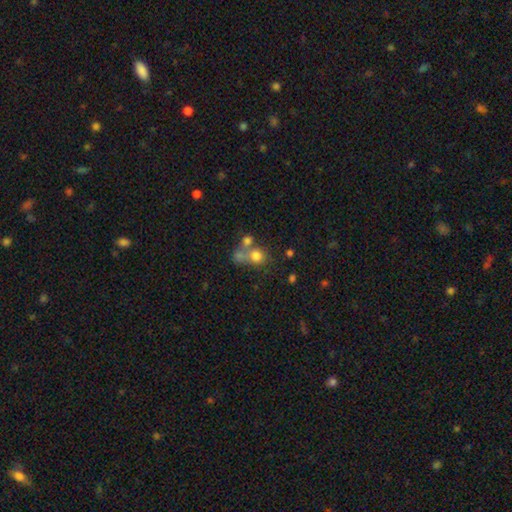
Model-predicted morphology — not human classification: smooth_or_featured: smooth (p=0.72) [alt: featured or disk p=0.15]
how_rounded: round (p=0.76) [alt: in between p=0.23]
merging: merger (p=0.48) [alt: none p=0.33]